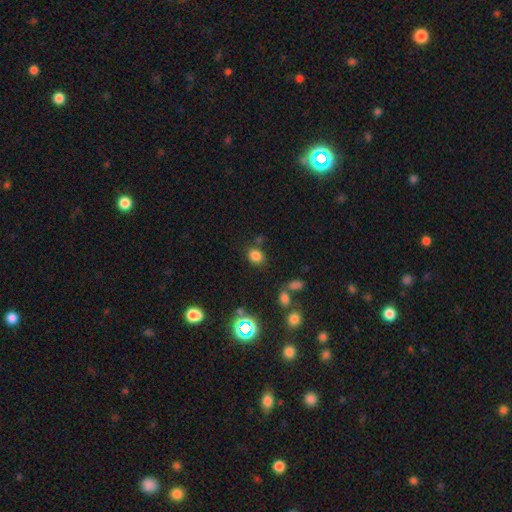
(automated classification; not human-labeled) Smooth or featured?
  - smooth: 78% *
  - star or artifact: 16%
  - featured or disk: 6%
How rounded?
  - in between: 50% *
  - round: 49%
  - cigar-shaped: 1%
Merging?
  - none: 76% *
  - minor disturbance: 13%
  - merger: 7%
  - major disturbance: 5%